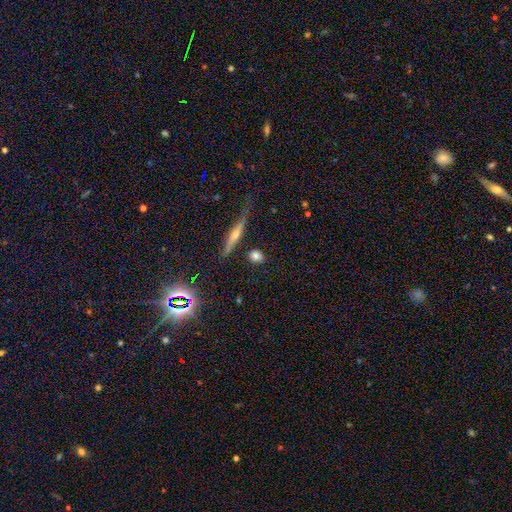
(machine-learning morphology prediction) Overall: smooth (76%). How rounded: round (60%; in between 32%). Merging: none (82%).